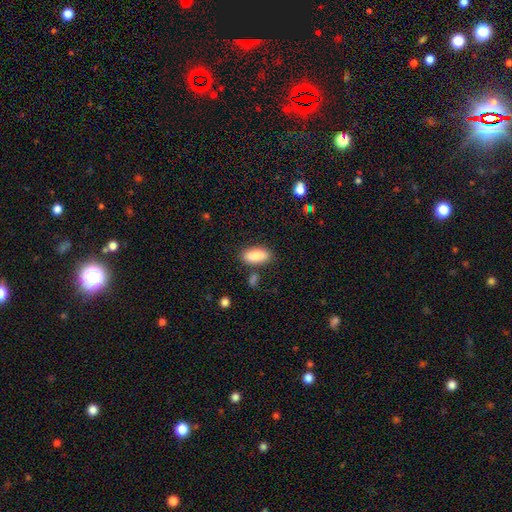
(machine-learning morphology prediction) Q: Smooth or featured?
A: smooth (88%); runner-up: star or artifact (7%)
Q: How rounded?
A: in between (86%); runner-up: cigar-shaped (11%)
Q: Merging?
A: none (82%); runner-up: minor disturbance (11%)